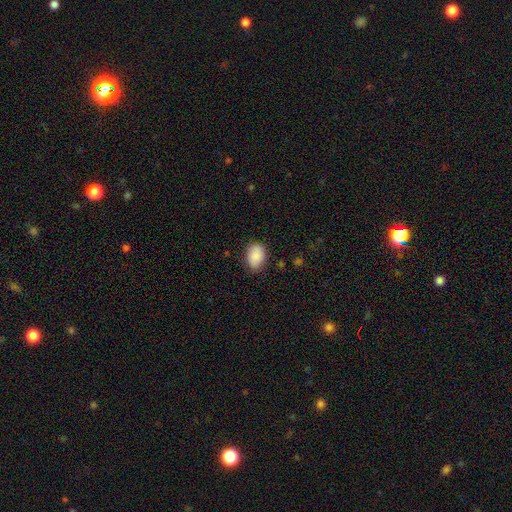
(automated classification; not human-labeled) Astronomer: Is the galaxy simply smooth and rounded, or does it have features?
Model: smooth — 89%.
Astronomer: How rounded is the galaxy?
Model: in between — 81%.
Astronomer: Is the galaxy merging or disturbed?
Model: none — 80%.